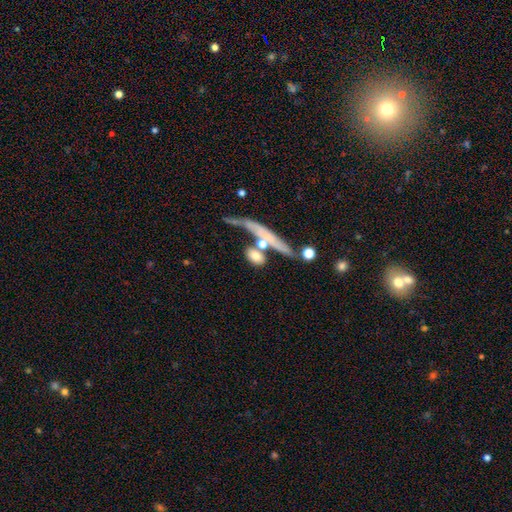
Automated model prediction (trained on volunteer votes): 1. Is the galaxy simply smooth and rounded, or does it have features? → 66% smooth, 26% featured or disk, 8% star or artifact.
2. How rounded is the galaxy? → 57% in between, 24% cigar-shaped, 18% round.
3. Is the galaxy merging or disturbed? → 48% none, 26% merger, 16% minor disturbance, 10% major disturbance.